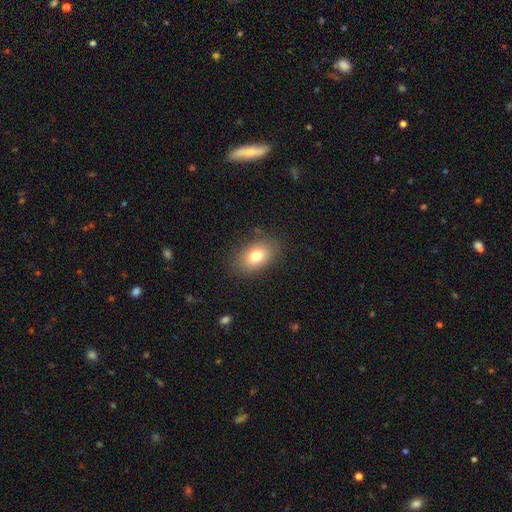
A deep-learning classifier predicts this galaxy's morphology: smooth 77%, featured or disk 13%, star or artifact 10%. Down the decision tree: how rounded — in between (82%); merging — none (84%).